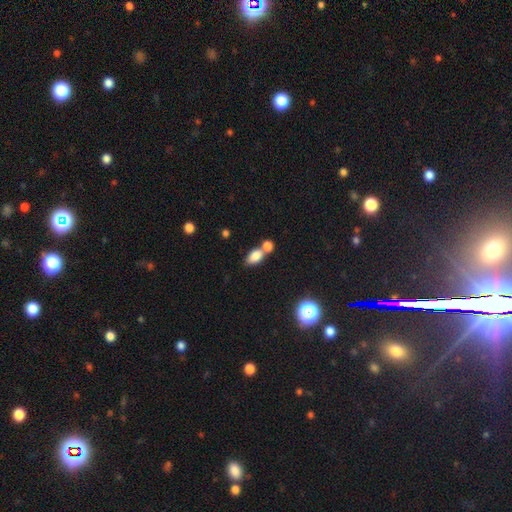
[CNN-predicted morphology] The model was most divided on "merging": merger: 51%, none: 37%, minor disturbance: 9%, major disturbance: 4%. More confident: how rounded — in between (84%); smooth or featured — smooth (80%).